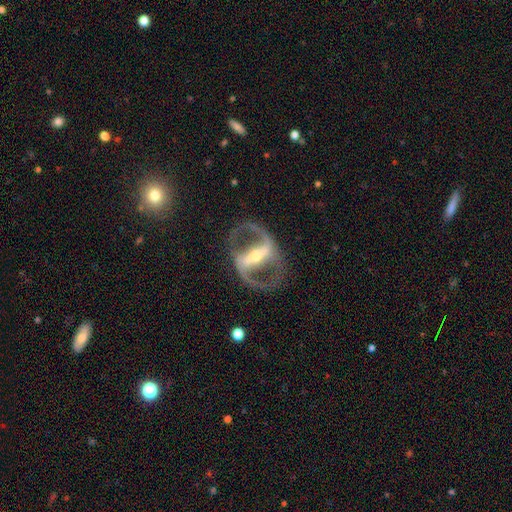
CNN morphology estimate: A featured or disk galaxy (91%) with a strong bar (78%), 2 (92%) medium (57%) spiral arms (89%) and a small central bulge (53%). Merging: none (80%).